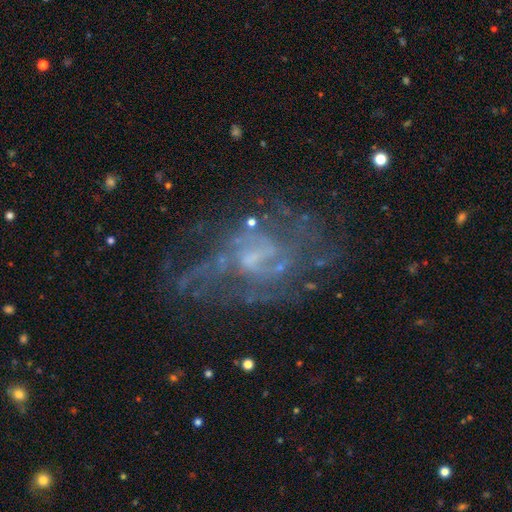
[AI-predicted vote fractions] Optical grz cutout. It shows a featured or disk galaxy (78%) with no bar (53%), medium (41%) spiral arms (74%) and a small central bulge (49%). Merging: none (57%).